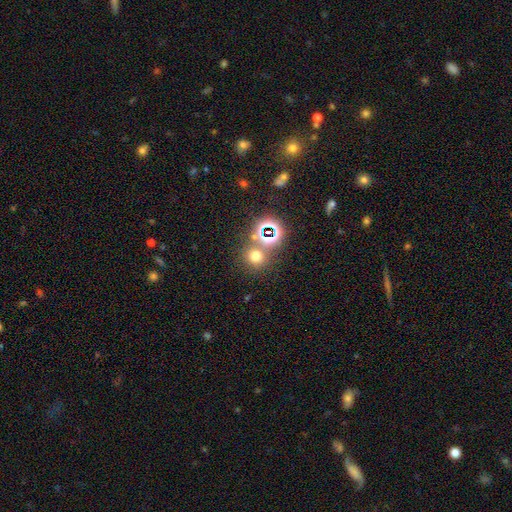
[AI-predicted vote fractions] Smooth or featured? smooth (58%)
How rounded? round (89%)
Merging? none (72%)